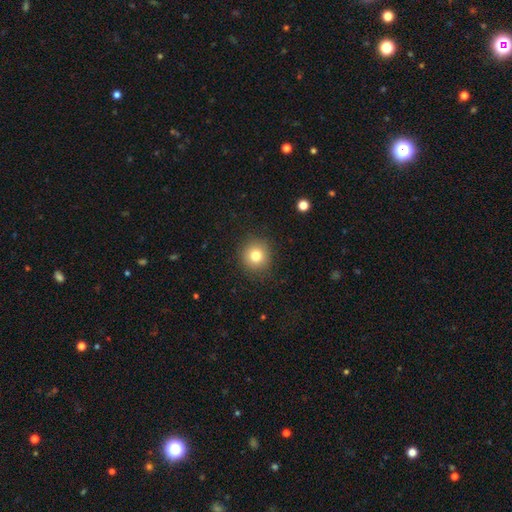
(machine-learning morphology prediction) Q: Smooth or featured?
A: smooth (80%); runner-up: star or artifact (11%)
Q: How rounded?
A: round (92%); runner-up: in between (7%)
Q: Merging?
A: none (89%); runner-up: minor disturbance (7%)